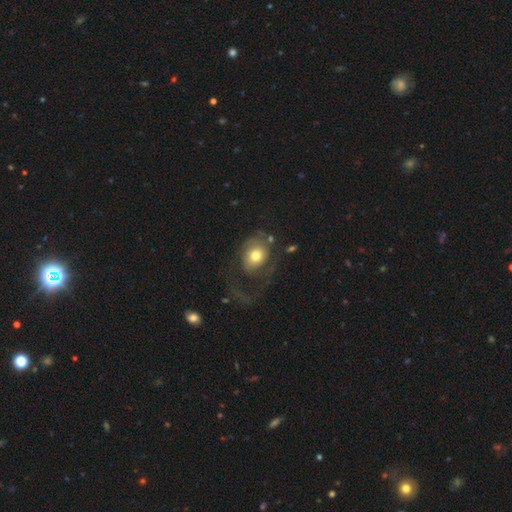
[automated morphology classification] Overall: smooth (51%; featured or disk 41%). How rounded: in between (54%; round 45%). Merging: major disturbance (47%; none 33%).